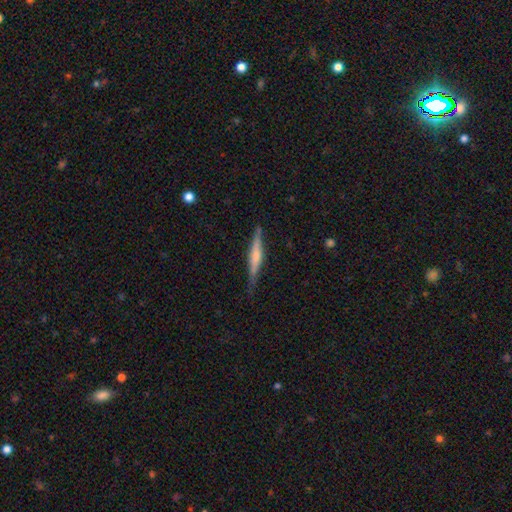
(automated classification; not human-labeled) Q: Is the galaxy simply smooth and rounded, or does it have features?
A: featured or disk — 55%.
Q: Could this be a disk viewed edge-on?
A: yes — 97%.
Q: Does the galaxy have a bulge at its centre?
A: rounded — 56%.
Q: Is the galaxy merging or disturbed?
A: none — 83%.